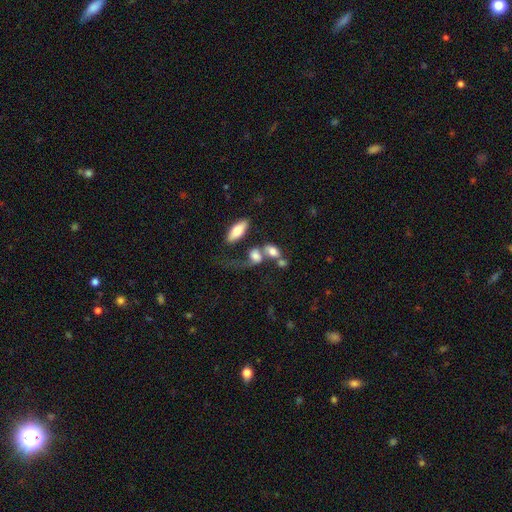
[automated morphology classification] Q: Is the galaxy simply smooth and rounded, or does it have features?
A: smooth — 64%.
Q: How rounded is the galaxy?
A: in between — 72%.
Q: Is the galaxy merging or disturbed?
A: merger — 43%.